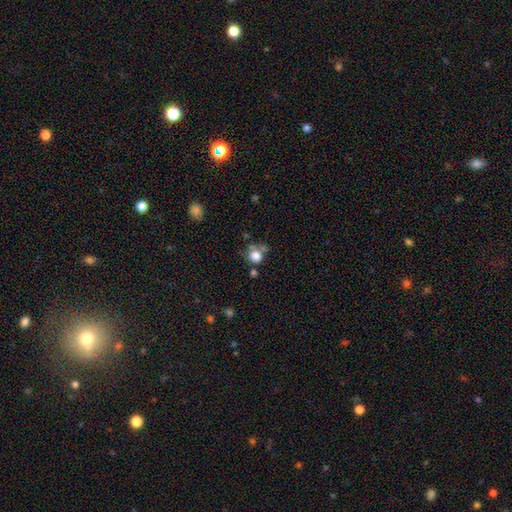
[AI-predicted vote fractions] A smooth galaxy with no disk features (78%) that is round (82%).

Vote fractions:
- Smooth or featured? smooth: 78% / star or artifact: 12% / featured or disk: 10%
- How rounded? round: 82% / in between: 17% / cigar-shaped: 1%
- Merging? none: 53% / merger: 19% / minor disturbance: 18% / major disturbance: 10%